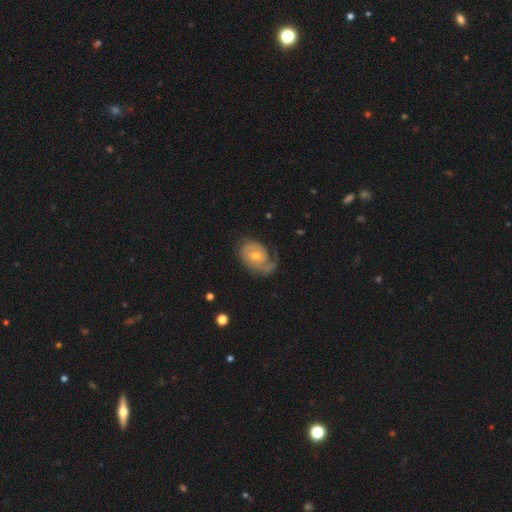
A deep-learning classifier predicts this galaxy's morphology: A featured or disk galaxy (79%) with no bar (68%), 2 (46%) tight (53%) spiral arms (93%) and a small central bulge (49%).

Vote fractions:
- Smooth or featured? featured or disk: 79% / smooth: 15% / star or artifact: 6%
- Edge-on disk? no: 97% / yes: 3%
- Bar? no: 68% / weak: 27% / strong: 5%
- Spiral arms? yes: 93% / no: 7%
- Spiral winding? tight: 53% / medium: 33% / loose: 14%
- Spiral arm count? 2: 46% / 1: 33% / can't tell: 14% / 3: 4% / 4: 1% / more than 4: 1%
- Bulge size? small: 49% / moderate: 47% / large: 2% / none: 2% / dominant: 1%
- Merging? none: 63% / minor disturbance: 22% / major disturbance: 14% / merger: 2%